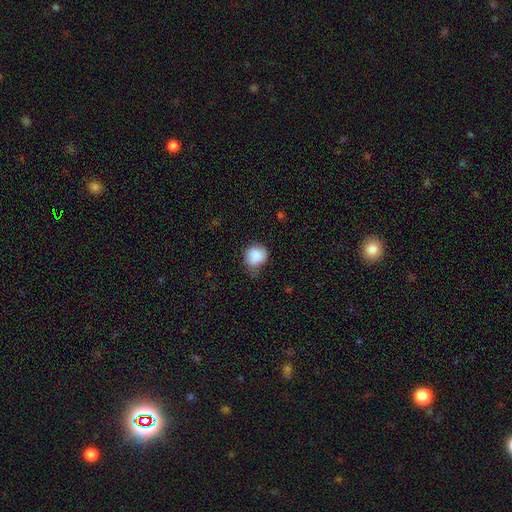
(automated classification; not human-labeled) A smooth galaxy with no disk features (85%) that is round (76%).

Vote fractions:
- Smooth or featured? smooth: 85% / star or artifact: 8% / featured or disk: 8%
- How rounded? round: 76% / in between: 23% / cigar-shaped: 1%
- Merging? none: 45% / minor disturbance: 40% / major disturbance: 12% / merger: 3%